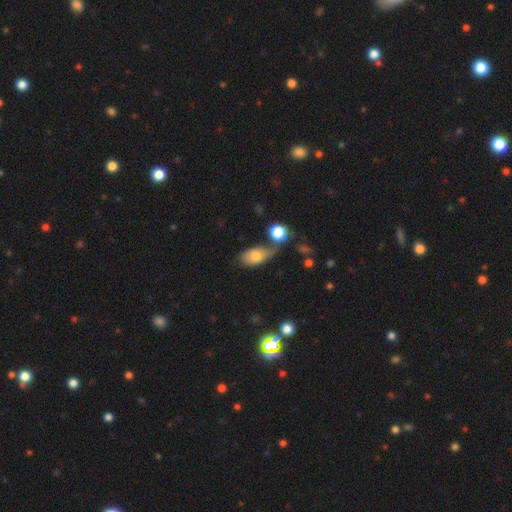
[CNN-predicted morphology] Smooth or featured?
  - smooth: 77% *
  - featured or disk: 15%
  - star or artifact: 8%
How rounded?
  - in between: 89% *
  - round: 8%
  - cigar-shaped: 3%
Merging?
  - none: 33% *
  - merger: 29%
  - minor disturbance: 23%
  - major disturbance: 15%